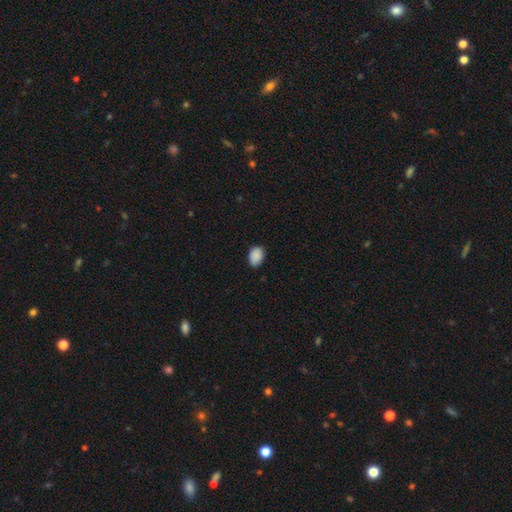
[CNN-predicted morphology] smooth 90%, star or artifact 7%, featured or disk 3%. Down the decision tree: how rounded — in between (84%); merging — none (84%).